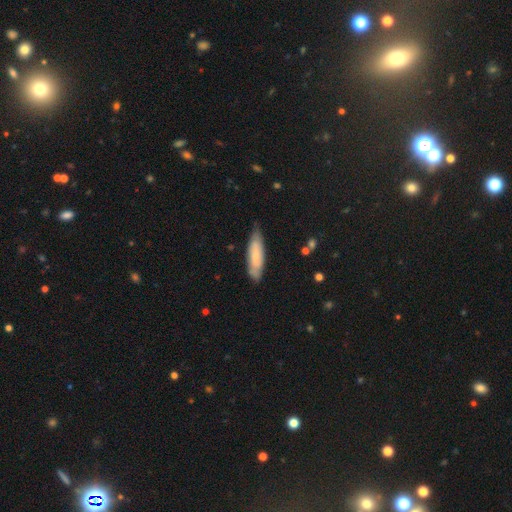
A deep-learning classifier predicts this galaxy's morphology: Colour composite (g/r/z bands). It shows a smooth galaxy with no disk features (64%) that is cigar-shaped (60%). Merging: none (70%).